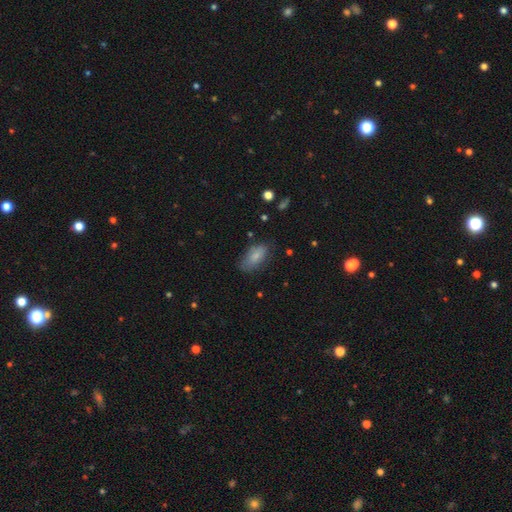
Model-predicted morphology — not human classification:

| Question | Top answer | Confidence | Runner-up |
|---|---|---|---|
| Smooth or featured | smooth | 80% | featured or disk (13%) |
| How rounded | in between | 89% | cigar-shaped (8%) |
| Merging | none | 68% | minor disturbance (23%) |